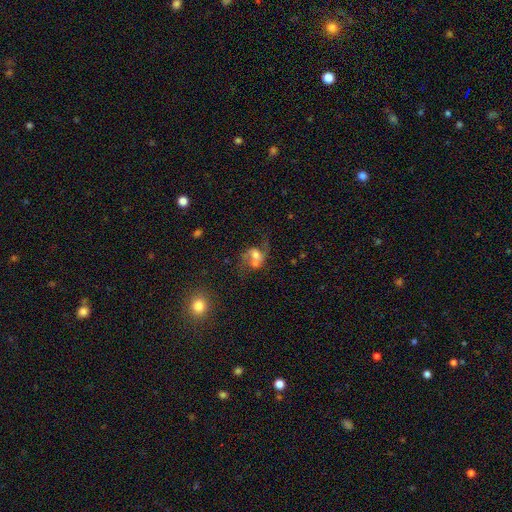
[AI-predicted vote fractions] Smooth or featured? Predicted: featured or disk (p=0.47). Merging? Predicted: merger (p=0.51).